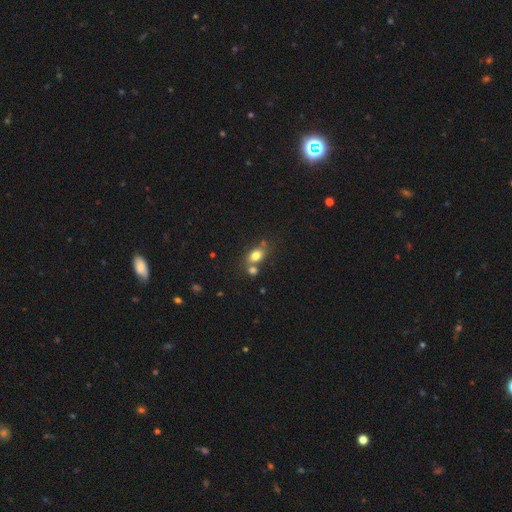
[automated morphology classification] This is likely a smooth galaxy (78%). How rounded: likely in between (73%). Merging: possibly none (54%).